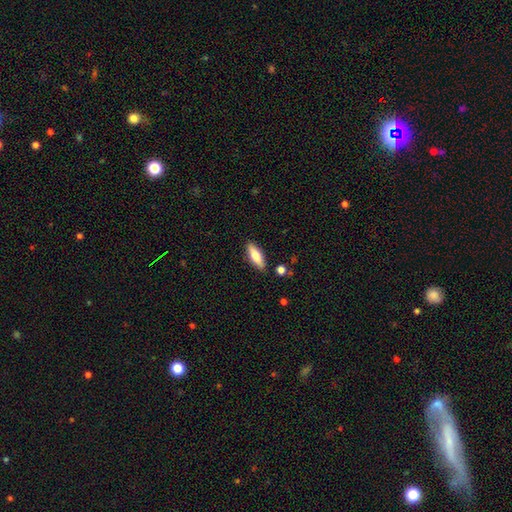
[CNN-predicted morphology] A smooth galaxy with no disk features (67%) that is in between round and cigar-shaped (56%). Merging: none (87%).